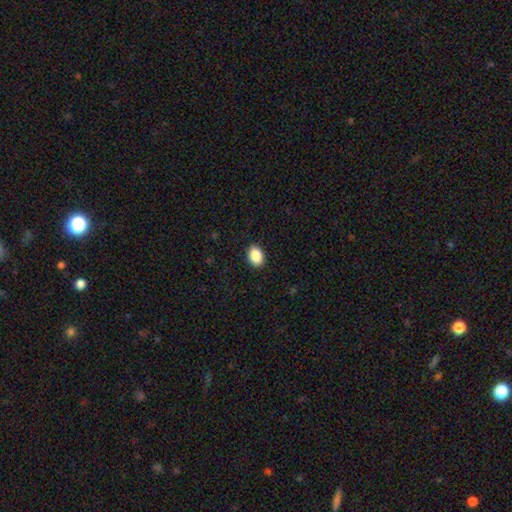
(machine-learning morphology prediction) Smooth or featured? smooth (89%)
How rounded? in between (75%)
Merging? none (90%)